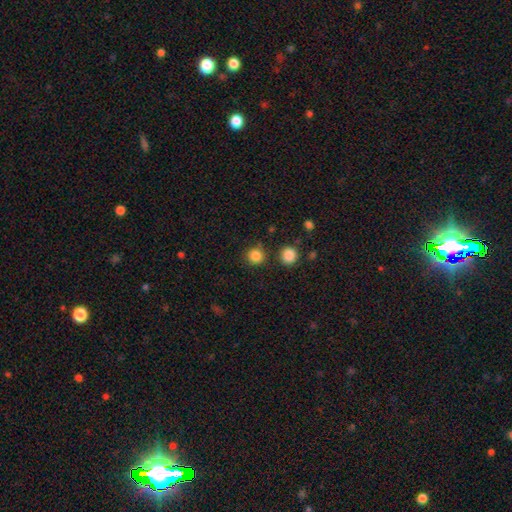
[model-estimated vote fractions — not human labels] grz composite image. It shows a smooth galaxy with no disk features (85%) that is round (93%). Merging: none (84%).